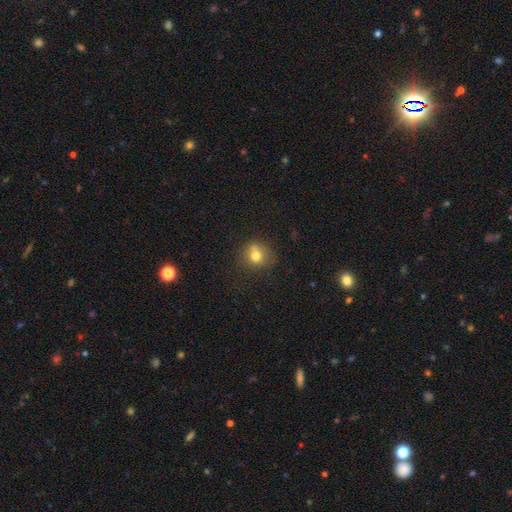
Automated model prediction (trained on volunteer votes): Smooth or featured? Predicted: smooth (p=0.73). How rounded? Predicted: round (p=0.77). Merging? Predicted: none (p=0.60).